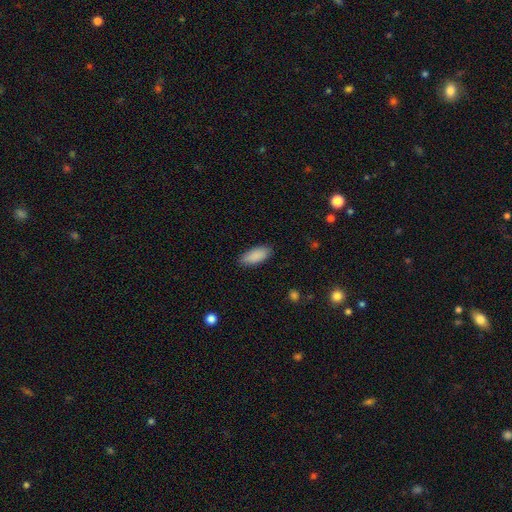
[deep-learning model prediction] This appears to be a smooth galaxy with no disk features (89%) that is in between round and cigar-shaped (85%). Merging: none (86%).